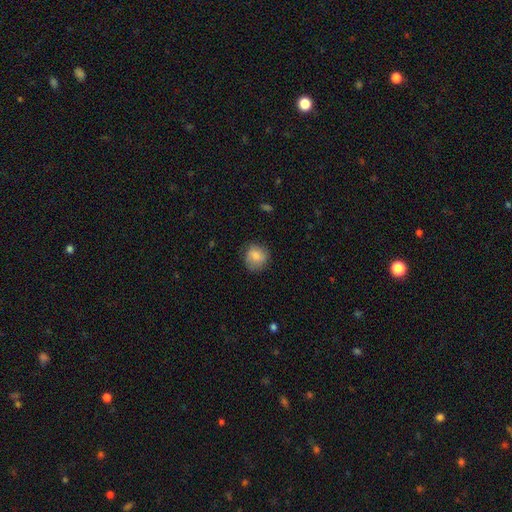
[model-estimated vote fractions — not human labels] Q: Smooth or featured?
A: smooth (82%); runner-up: featured or disk (11%)
Q: How rounded?
A: round (81%); runner-up: in between (19%)
Q: Merging?
A: none (74%); runner-up: minor disturbance (20%)